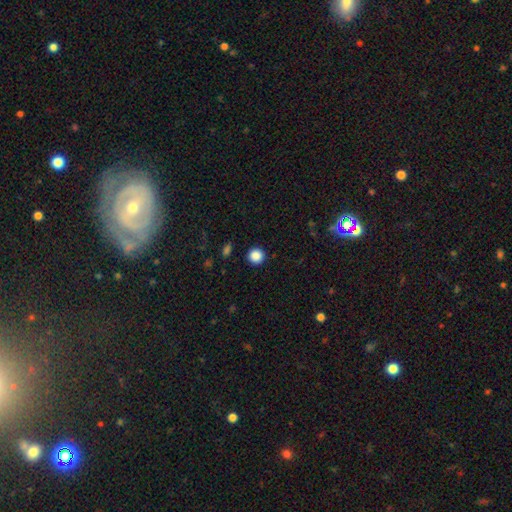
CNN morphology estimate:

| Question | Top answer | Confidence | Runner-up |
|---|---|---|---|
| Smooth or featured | smooth | 88% | star or artifact (10%) |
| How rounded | round | 95% | in between (4%) |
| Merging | none | 92% | minor disturbance (5%) |